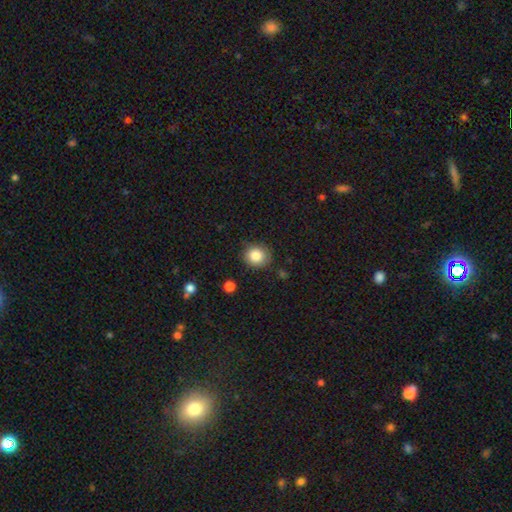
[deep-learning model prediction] Smooth or featured? smooth (85%)
How rounded? round (82%)
Merging? none (84%)